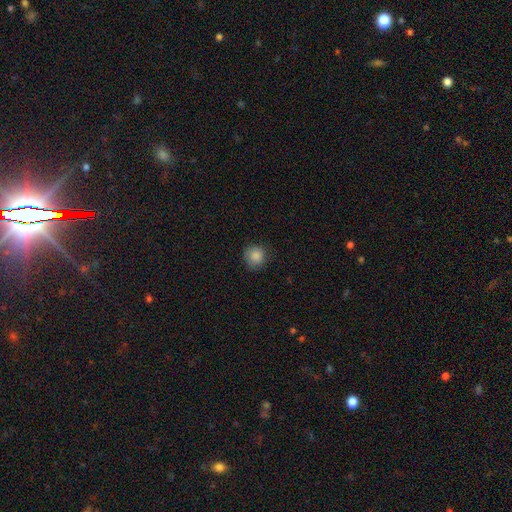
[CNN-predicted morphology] smooth 86%, star or artifact 10%, featured or disk 4%. Down the decision tree: how rounded — round (90%); merging — none (81%).